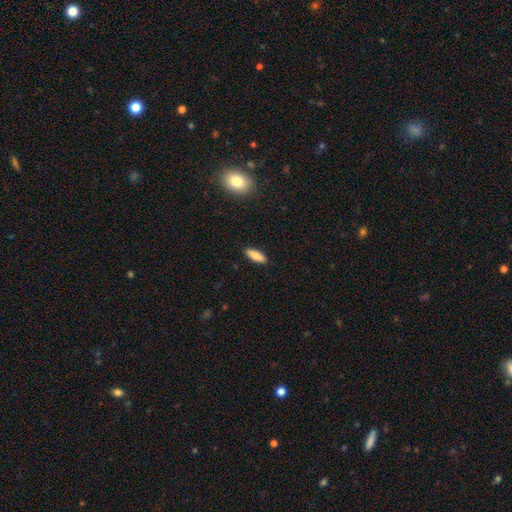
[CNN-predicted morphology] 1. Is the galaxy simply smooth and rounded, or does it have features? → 82% smooth, 11% featured or disk, 7% star or artifact.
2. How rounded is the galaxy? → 59% in between, 39% cigar-shaped, 2% round.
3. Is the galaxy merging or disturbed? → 89% none, 8% minor disturbance, 2% major disturbance, 1% merger.